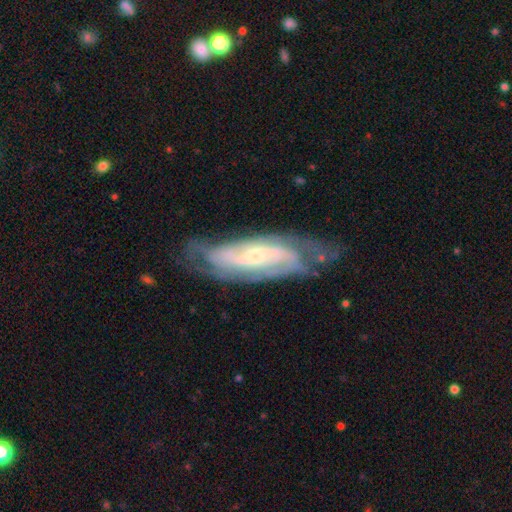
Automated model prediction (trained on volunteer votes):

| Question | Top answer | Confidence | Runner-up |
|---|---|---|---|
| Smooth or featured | featured or disk | 83% | smooth (11%) |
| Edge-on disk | no | 87% | yes (13%) |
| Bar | no | 41% | weak (40%) |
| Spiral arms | yes | 94% | no (6%) |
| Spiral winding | tight | 43% | medium (41%) |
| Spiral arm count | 2 | 49% | can't tell (28%) |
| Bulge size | small | 51% | moderate (42%) |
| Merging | none | 66% | minor disturbance (22%) |